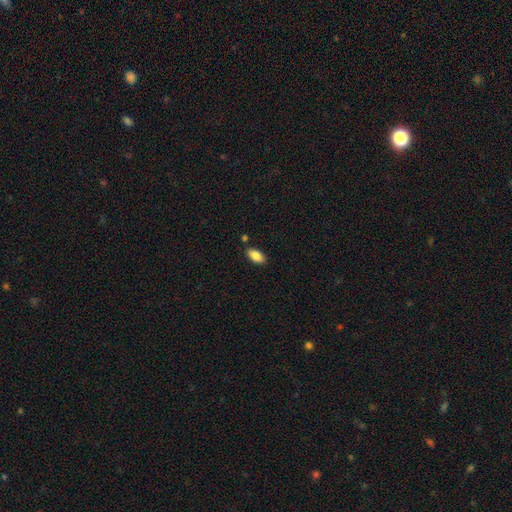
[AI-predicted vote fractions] Overall: smooth (85%). How rounded: in between (92%). Merging: none (84%).